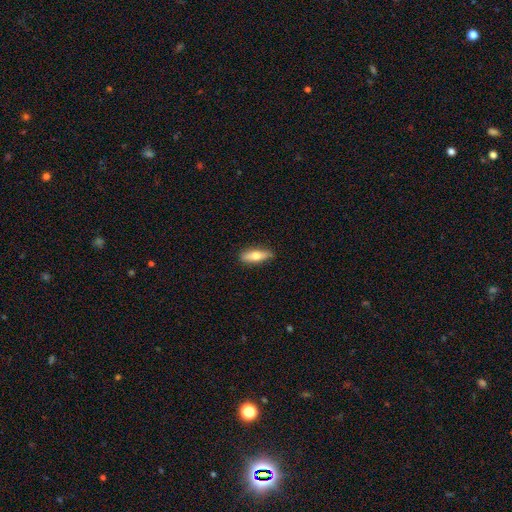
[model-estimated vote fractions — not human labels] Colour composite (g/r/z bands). It shows a smooth galaxy with no disk features (63%) that is cigar-shaped (49%, tied with in between). Merging: none (86%).